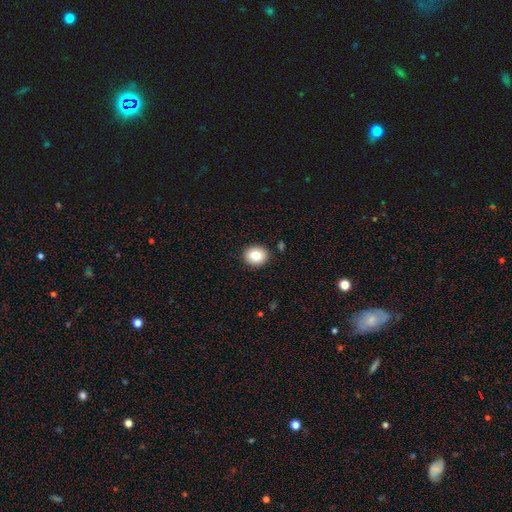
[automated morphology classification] smooth 82%, star or artifact 9%, featured or disk 9%. Down the decision tree: how rounded — round (73%); merging — none (89%).